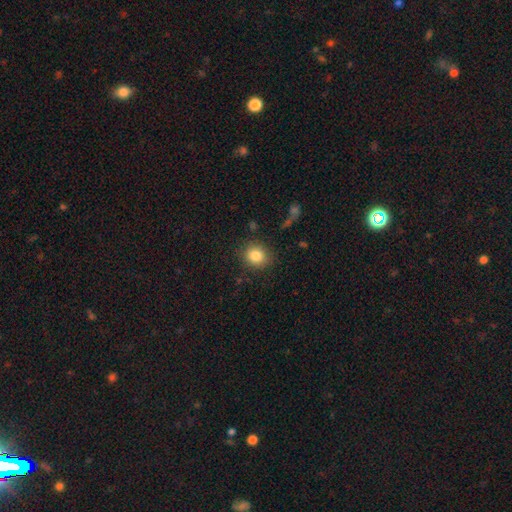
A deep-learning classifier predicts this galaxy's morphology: Smooth or featured? Predicted: smooth (p=0.84). How rounded? Predicted: round (p=0.78). Merging? Predicted: none (p=0.86).